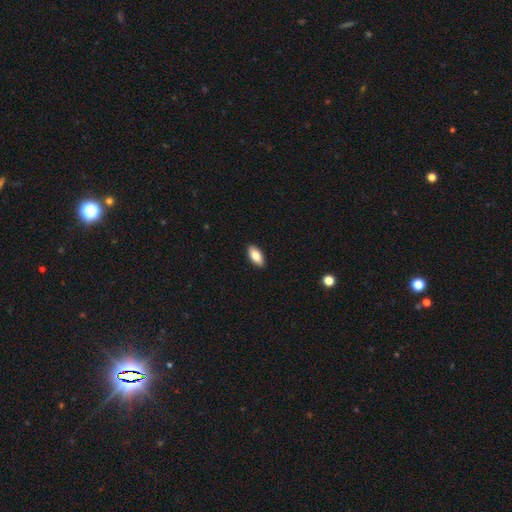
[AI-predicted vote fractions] Morphology: type=smooth (84%); roundness=in between (89%); merging=none (91%).